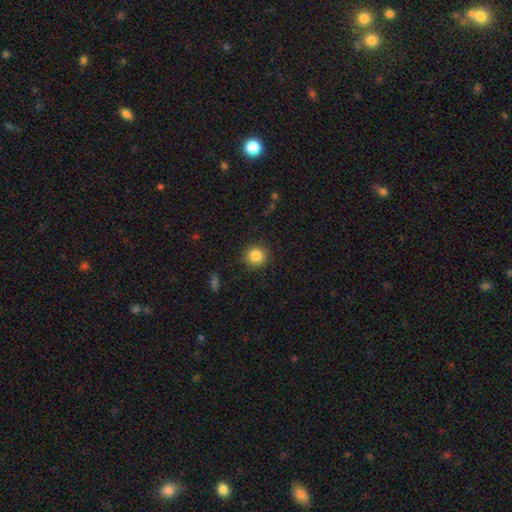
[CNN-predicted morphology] A smooth galaxy with no disk features (85%) that is round (93%). Merging: none (90%).